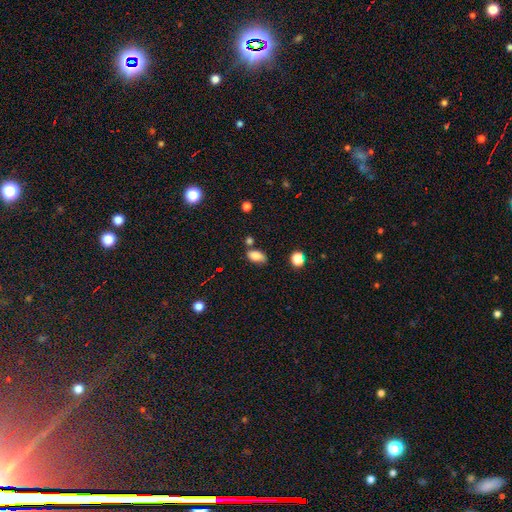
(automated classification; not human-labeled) Smooth or featured: smooth — 83% (star or artifact — 10%)
How rounded: in between — 89% (round — 8%)
Merging: none — 67% (minor disturbance — 19%)